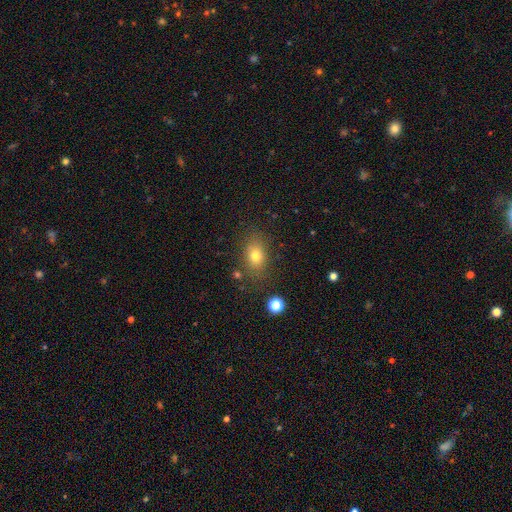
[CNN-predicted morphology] Q: Smooth or featured?
A: smooth (75%); runner-up: star or artifact (13%)
Q: How rounded?
A: in between (72%); runner-up: round (26%)
Q: Merging?
A: none (78%); runner-up: minor disturbance (13%)